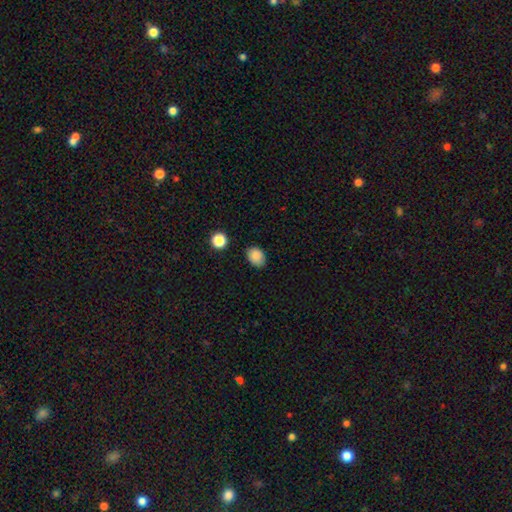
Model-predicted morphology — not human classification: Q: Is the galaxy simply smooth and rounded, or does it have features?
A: smooth — 86%.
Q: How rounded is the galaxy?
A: in between — 71%.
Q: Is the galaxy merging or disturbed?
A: none — 81%.